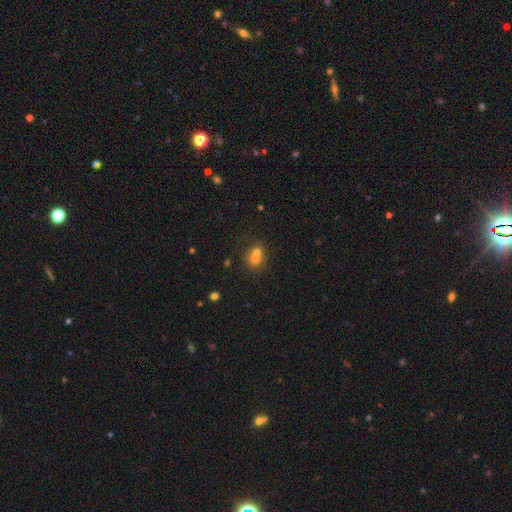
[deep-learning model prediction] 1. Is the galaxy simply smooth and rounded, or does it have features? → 69% smooth, 17% featured or disk, 15% star or artifact.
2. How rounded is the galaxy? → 49% round, 48% in between, 3% cigar-shaped.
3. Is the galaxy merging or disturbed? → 55% merger, 32% none, 8% minor disturbance, 4% major disturbance.